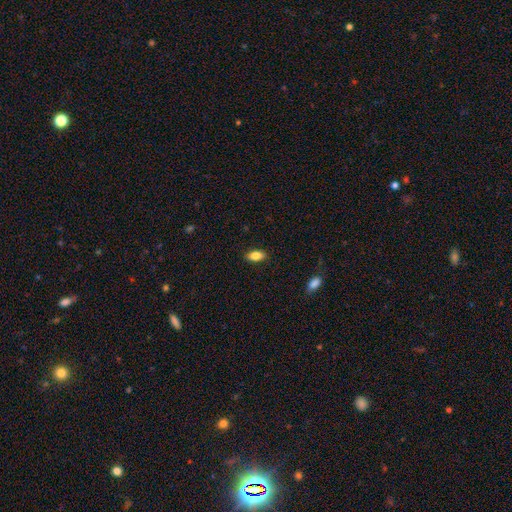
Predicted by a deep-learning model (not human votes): smooth_or_featured: smooth (p=0.82) [alt: featured or disk p=0.10]
how_rounded: in between (p=0.88) [alt: cigar-shaped p=0.07]
merging: none (p=0.87) [alt: minor disturbance p=0.10]